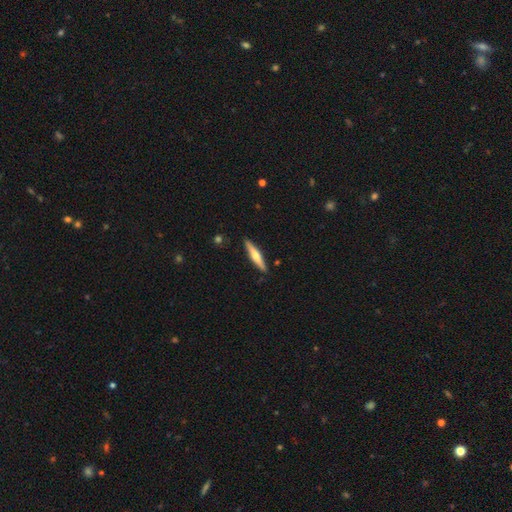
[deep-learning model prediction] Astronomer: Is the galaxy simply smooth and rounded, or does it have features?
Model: featured or disk — 54% (runner-up: smooth, 41%).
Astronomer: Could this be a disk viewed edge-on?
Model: yes — 96%.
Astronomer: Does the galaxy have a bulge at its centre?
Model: rounded — 87%.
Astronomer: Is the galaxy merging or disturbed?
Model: none — 89%.